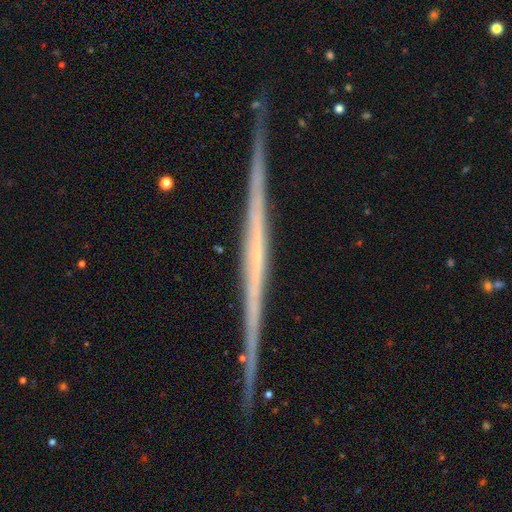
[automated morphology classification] A featured or disk galaxy (79%) viewed edge-on (98%) with no central bulge (85%). Merging: none (91%).